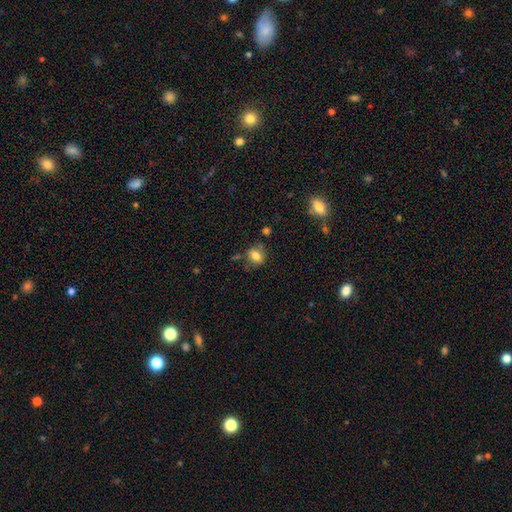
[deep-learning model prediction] Smooth or featured?
  - smooth: 76% *
  - featured or disk: 13%
  - star or artifact: 11%
How rounded?
  - in between: 54% *
  - round: 45%
  - cigar-shaped: 2%
Merging?
  - none: 70% *
  - minor disturbance: 17%
  - merger: 7%
  - major disturbance: 5%